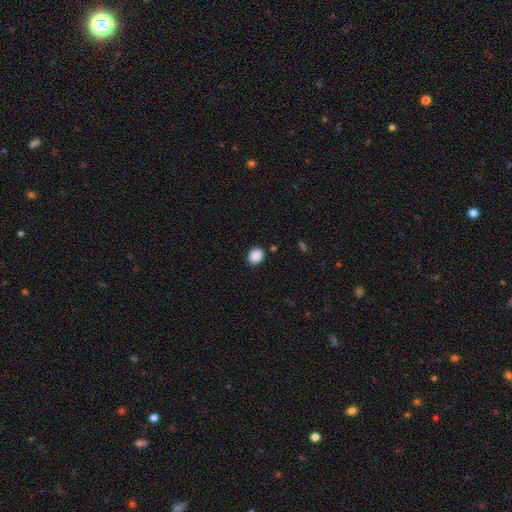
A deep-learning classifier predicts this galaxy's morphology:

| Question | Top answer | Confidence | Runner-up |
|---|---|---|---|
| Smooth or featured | smooth | 89% | star or artifact (8%) |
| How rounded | round | 57% | in between (43%) |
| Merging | none | 88% | minor disturbance (8%) |